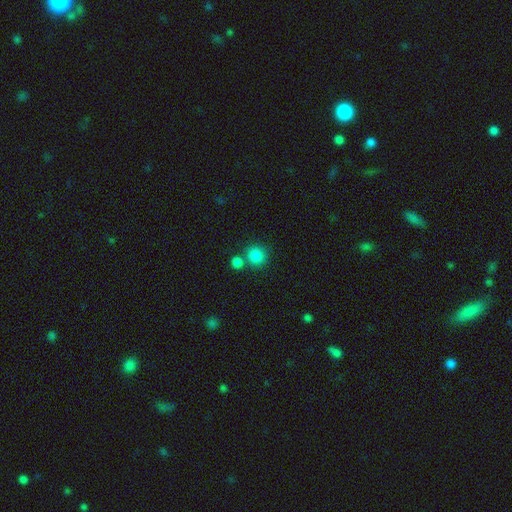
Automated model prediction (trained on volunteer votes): A smooth galaxy with no disk features (85%) that is round (89%).

Vote fractions:
- Smooth or featured? smooth: 85% / star or artifact: 11% / featured or disk: 4%
- How rounded? round: 89% / in between: 10% / cigar-shaped: 1%
- Merging? none: 69% / merger: 20% / minor disturbance: 9% / major disturbance: 3%